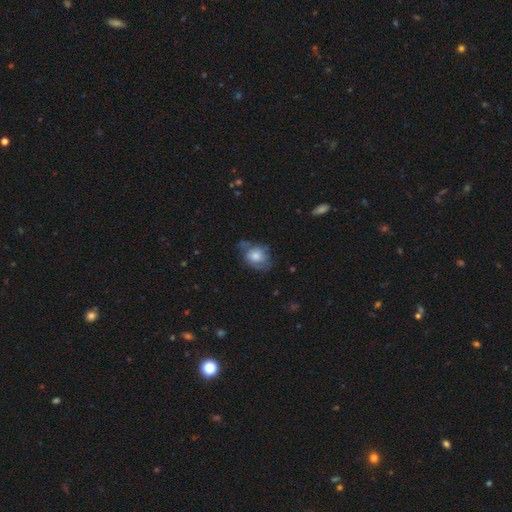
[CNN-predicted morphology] Overall: smooth (57%; featured or disk 35%). How rounded: in between (59%; round 40%). Merging: none (48%; minor disturbance 31%).